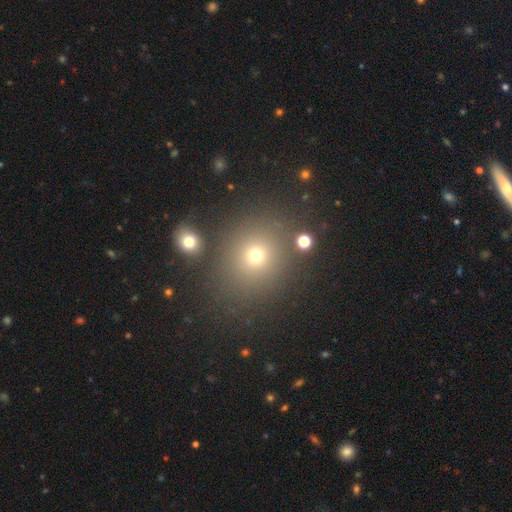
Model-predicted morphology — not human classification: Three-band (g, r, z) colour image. It shows a smooth galaxy with no disk features (70%) that is round (79%). Merging: none (79%).